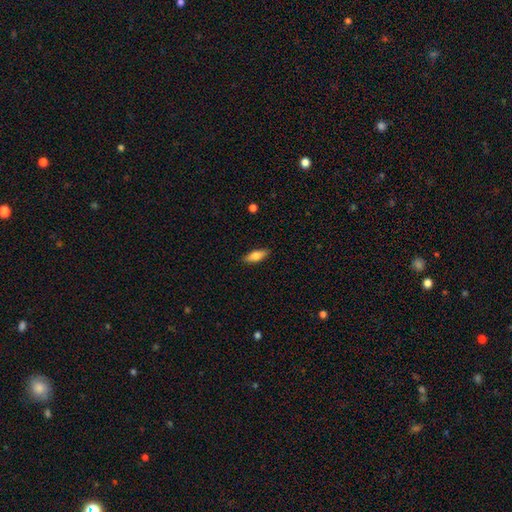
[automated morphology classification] smooth_or_featured: smooth (p=0.76) [alt: featured or disk p=0.18]
how_rounded: in between (p=0.68) [alt: cigar-shaped p=0.29]
merging: none (p=0.88) [alt: minor disturbance p=0.09]